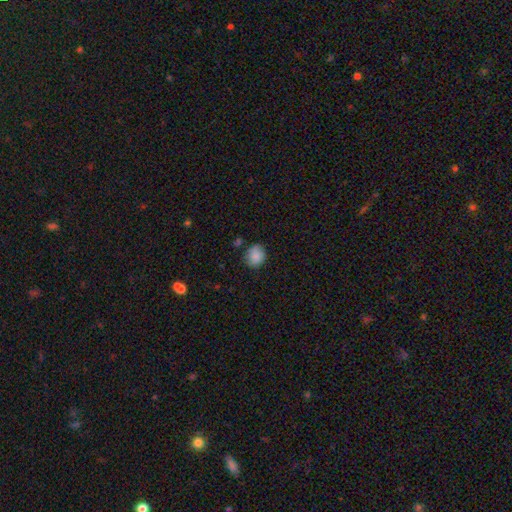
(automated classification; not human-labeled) The model was most divided on "how rounded": round: 67%, in between: 32%, cigar-shaped: 1%. More confident: smooth or featured — smooth (86%); merging — none (74%).